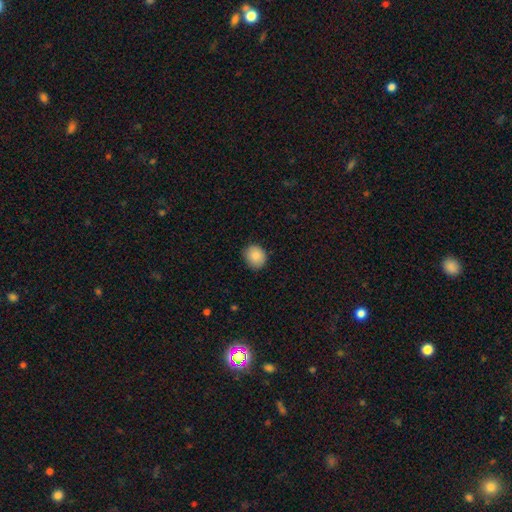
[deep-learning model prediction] A smooth galaxy with no disk features (86%) that is round (70%). Merging: none (83%).